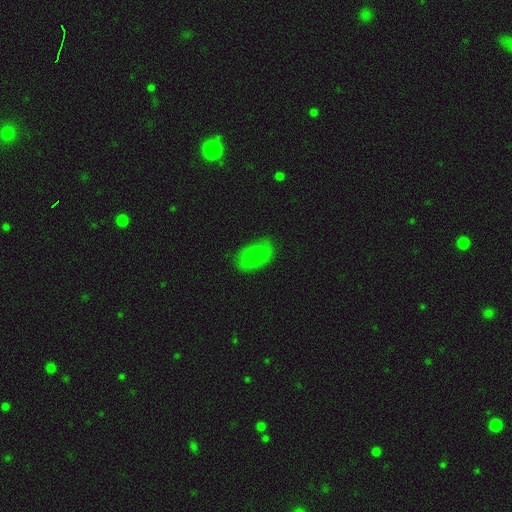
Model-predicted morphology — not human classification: This appears to be a smooth galaxy with no disk features (79%) that is in between round and cigar-shaped (91%). Merging: none (72%).